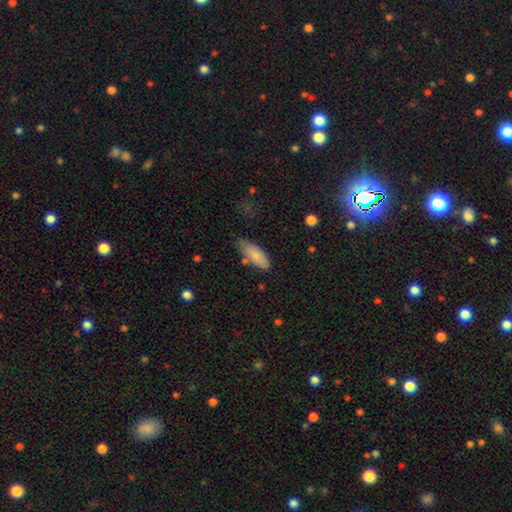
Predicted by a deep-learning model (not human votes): smooth 83%, featured or disk 11%, star or artifact 6%. Down the decision tree: how rounded — in between (72%); merging — none (65%).